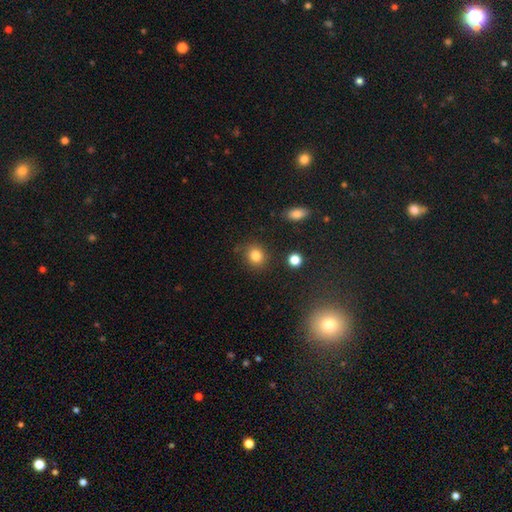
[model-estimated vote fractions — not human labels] smooth_or_featured: smooth (p=0.83) [alt: star or artifact p=0.11]
how_rounded: round (p=0.77) [alt: in between p=0.22]
merging: none (p=0.85) [alt: minor disturbance p=0.10]